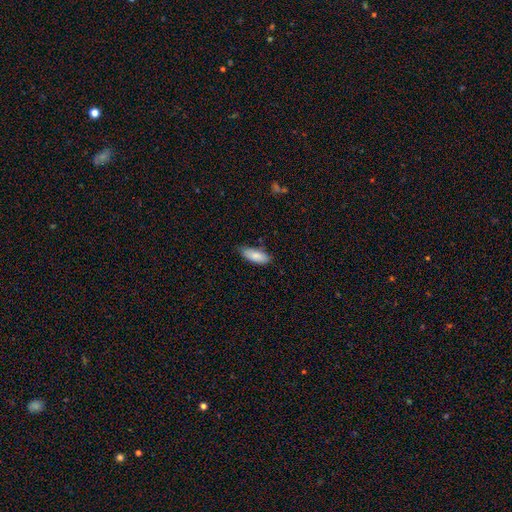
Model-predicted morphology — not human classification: smooth-or-featured: smooth: 86% | featured or disk: 8% | star or artifact: 6%
  how-rounded: in between: 77% | cigar-shaped: 21% | round: 2%
  merging: none: 78% | minor disturbance: 18% | major disturbance: 3% | merger: 1%